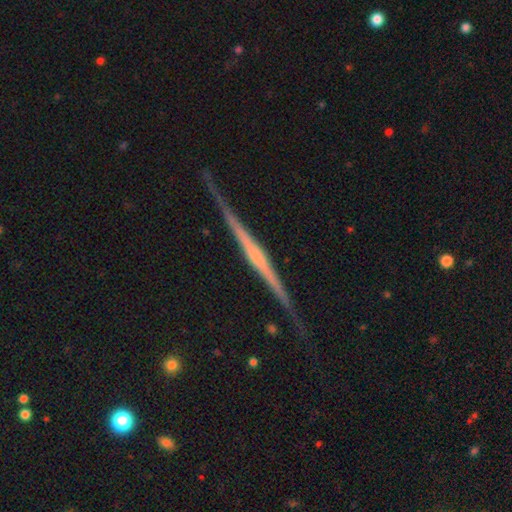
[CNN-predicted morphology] A featured or disk galaxy (84%) viewed edge-on (98%) with a rounded central bulge (45%).

Vote fractions:
- Smooth or featured? featured or disk: 84% / smooth: 11% / star or artifact: 6%
- Edge-on disk? yes: 98% / no: 2%
- Edge-on bulge? rounded: 45% / none: 35% / boxy: 20%
- Merging? none: 87% / minor disturbance: 10% / major disturbance: 2% / merger: 1%